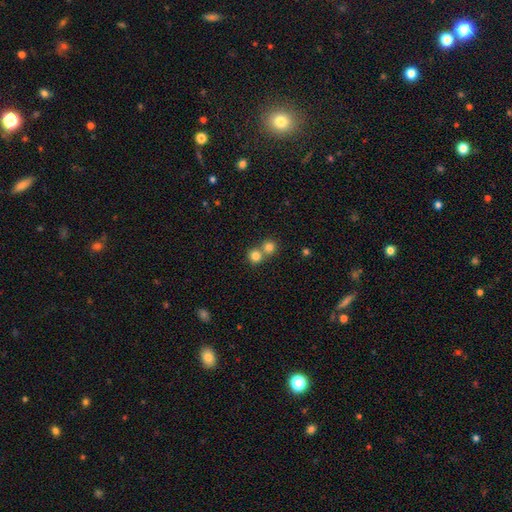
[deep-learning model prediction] smooth 80%, star or artifact 12%, featured or disk 8%. Down the decision tree: how rounded — round (91%); merging — none (49%).